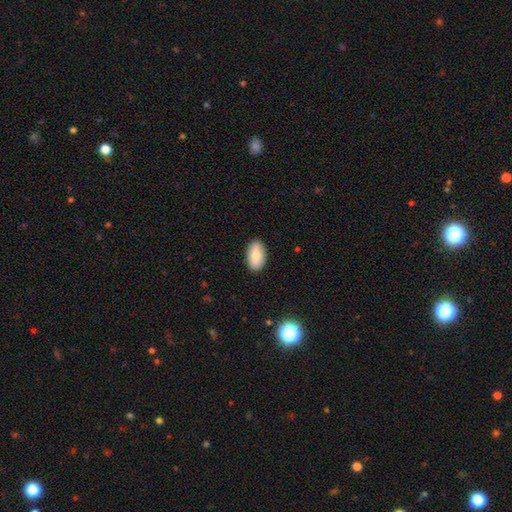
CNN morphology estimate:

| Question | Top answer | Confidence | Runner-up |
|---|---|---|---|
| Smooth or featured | smooth | 78% | featured or disk (15%) |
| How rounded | in between | 93% | round (5%) |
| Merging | none | 88% | minor disturbance (9%) |